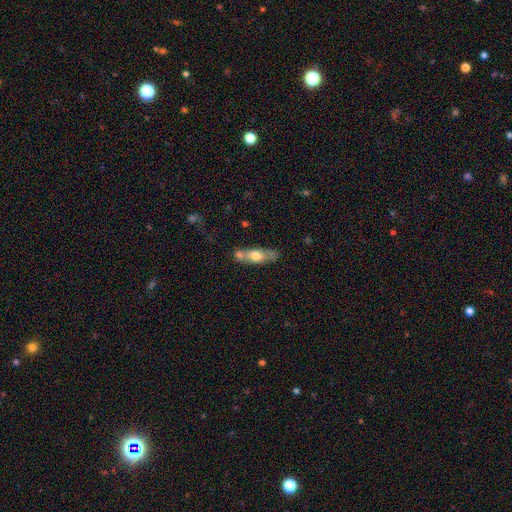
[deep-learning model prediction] This appears to be a smooth galaxy with no disk features (56%) that is in between round and cigar-shaped (51%). Merging: none (54%).